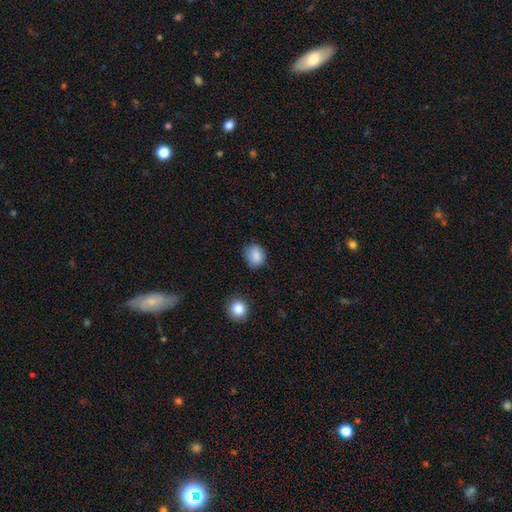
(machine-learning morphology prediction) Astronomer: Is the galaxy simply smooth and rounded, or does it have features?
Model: smooth — 87%.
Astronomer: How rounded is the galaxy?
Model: round — 64%.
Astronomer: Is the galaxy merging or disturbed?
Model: none — 78%.